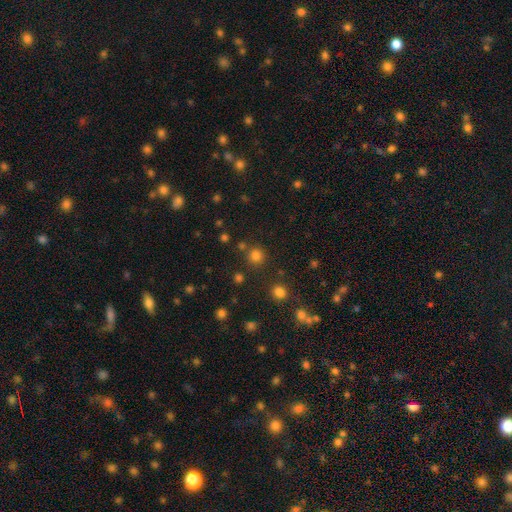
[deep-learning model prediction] smooth 79%, star or artifact 17%, featured or disk 4%. Down the decision tree: how rounded — round (93%); merging — none (82%).